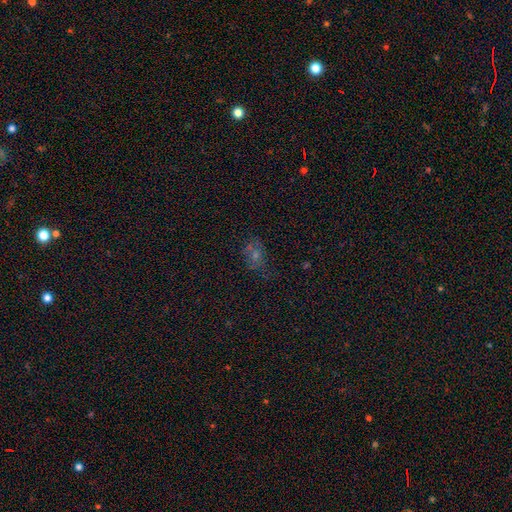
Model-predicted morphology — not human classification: Overall: smooth (40%; star or artifact 33%). Merging: none (58%; minor disturbance 22%).